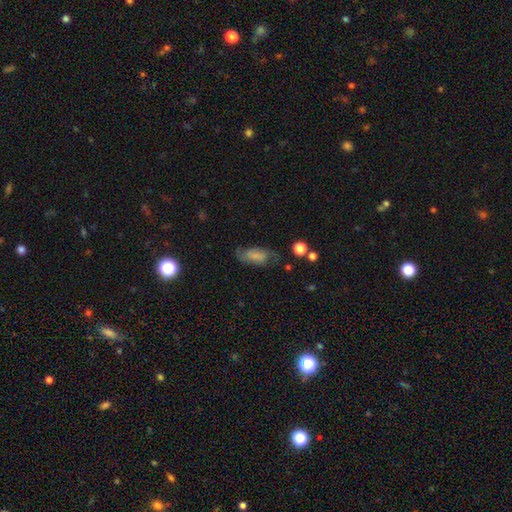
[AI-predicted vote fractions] The model was most divided on "smooth or featured": smooth: 50%, featured or disk: 40%, star or artifact: 10%. More confident: merging — none (62%).